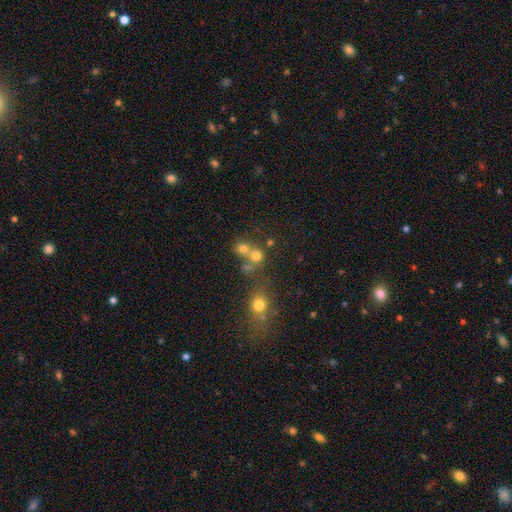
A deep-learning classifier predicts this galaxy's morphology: smooth_or_featured: smooth (p=0.69) [alt: star or artifact p=0.18]
how_rounded: round (p=0.85) [alt: in between p=0.14]
merging: none (p=0.46) [alt: merger p=0.42]